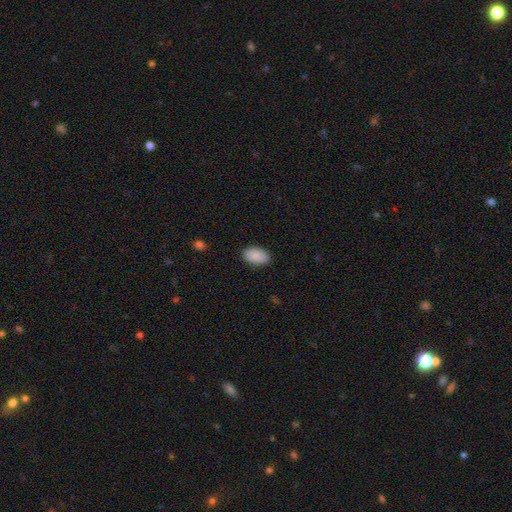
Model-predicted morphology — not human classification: A smooth galaxy with no disk features (90%) that is in between round and cigar-shaped (93%).

Vote fractions:
- Smooth or featured? smooth: 90% / star or artifact: 7% / featured or disk: 3%
- How rounded? in between: 93% / round: 6% / cigar-shaped: 1%
- Merging? none: 87% / minor disturbance: 9% / major disturbance: 2% / merger: 1%